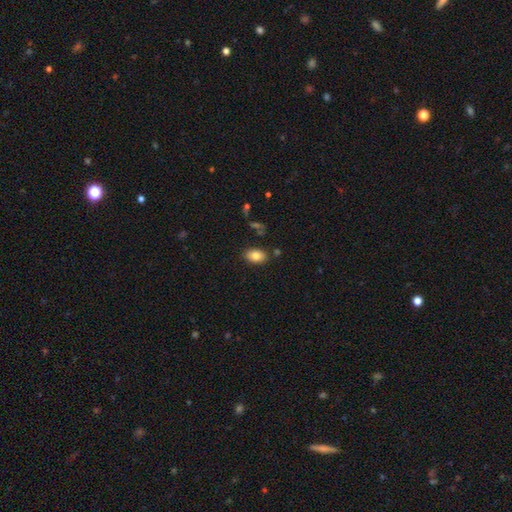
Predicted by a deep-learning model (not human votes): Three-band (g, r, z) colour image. It shows a smooth galaxy with no disk features (82%) that is in between round and cigar-shaped (89%). Merging: none (83%).